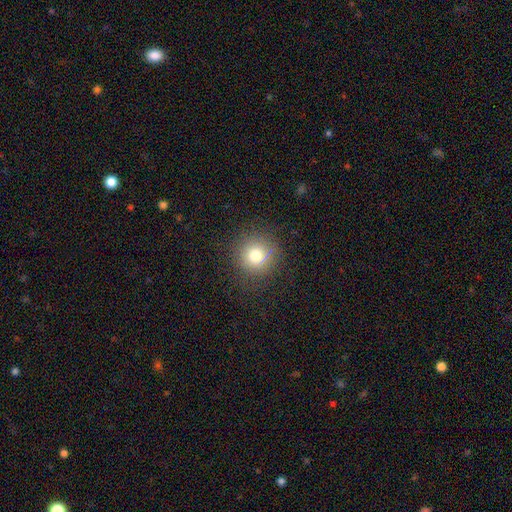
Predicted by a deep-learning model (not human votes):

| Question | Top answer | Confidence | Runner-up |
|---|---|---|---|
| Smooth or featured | smooth | 76% | star or artifact (14%) |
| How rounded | round | 94% | in between (5%) |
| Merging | none | 86% | minor disturbance (9%) |